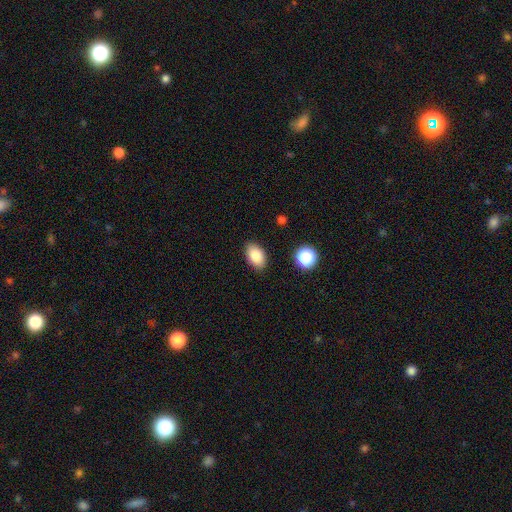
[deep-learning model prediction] A smooth galaxy with no disk features (86%) that is in between round and cigar-shaped (91%). Merging: none (87%).